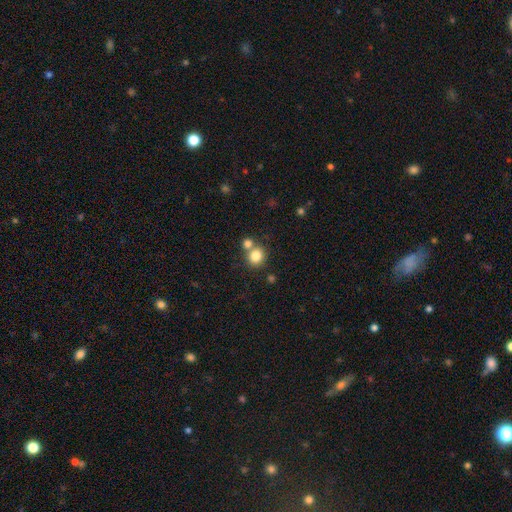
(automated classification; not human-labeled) Q: Smooth or featured?
A: smooth (82%); runner-up: star or artifact (11%)
Q: How rounded?
A: round (81%); runner-up: in between (18%)
Q: Merging?
A: none (60%); runner-up: merger (29%)